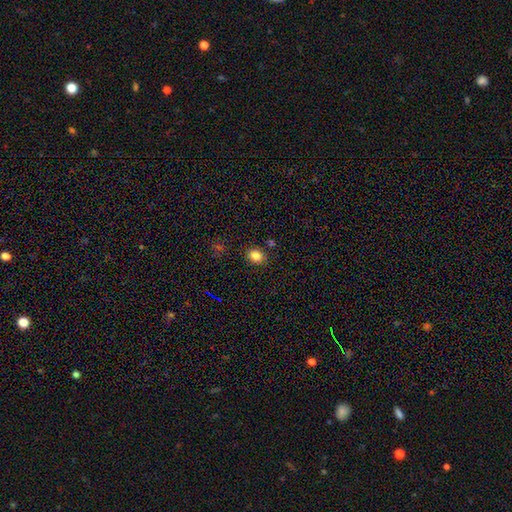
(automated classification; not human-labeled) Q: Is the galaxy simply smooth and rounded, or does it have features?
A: smooth — 83%.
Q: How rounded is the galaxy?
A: in between — 50%.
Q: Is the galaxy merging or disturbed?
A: none — 84%.